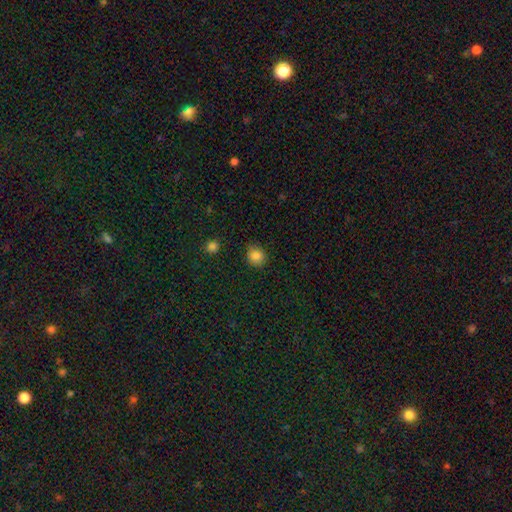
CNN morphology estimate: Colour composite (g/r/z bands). It shows a smooth galaxy with no disk features (85%) that is round (81%). Merging: none (86%).